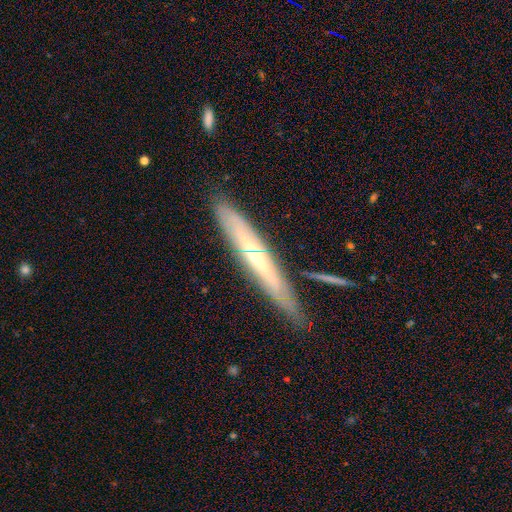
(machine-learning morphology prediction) A featured or disk galaxy (67%) viewed edge-on (81%) with a rounded central bulge (59%). Merging: none (82%).